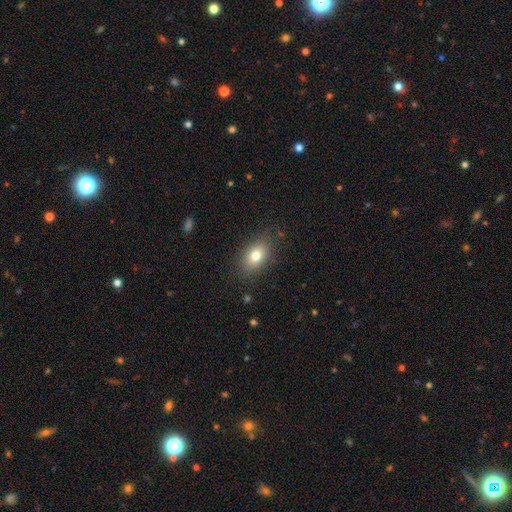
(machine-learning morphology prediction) type=smooth (77%); roundness=in between (81%); merging=none (83%).